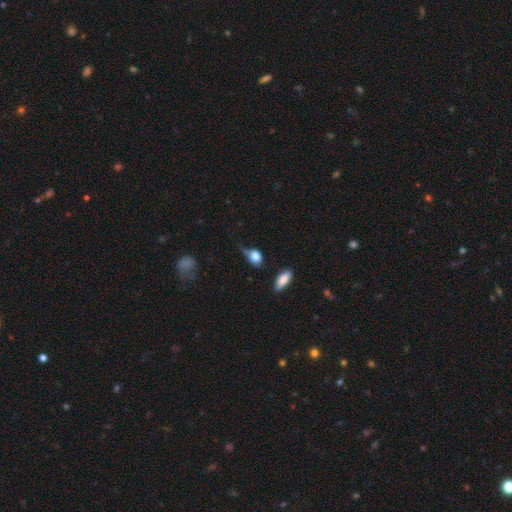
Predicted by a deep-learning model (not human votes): smooth 80%, featured or disk 10%, star or artifact 9%. Down the decision tree: how rounded — round (48%, tied with in between); merging — none (36%).